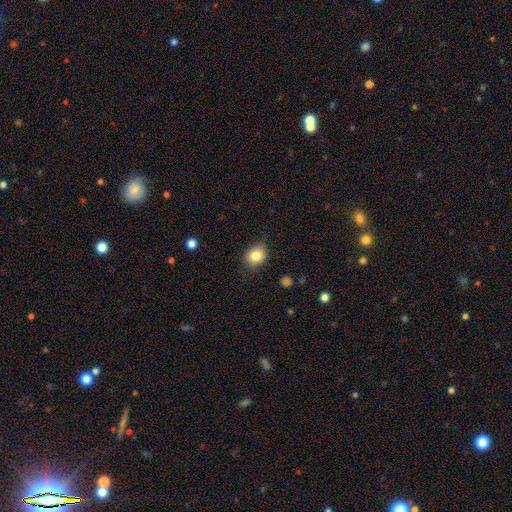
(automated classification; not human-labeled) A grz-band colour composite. It shows a smooth galaxy with no disk features (83%) that is round (51%). Merging: none (80%).